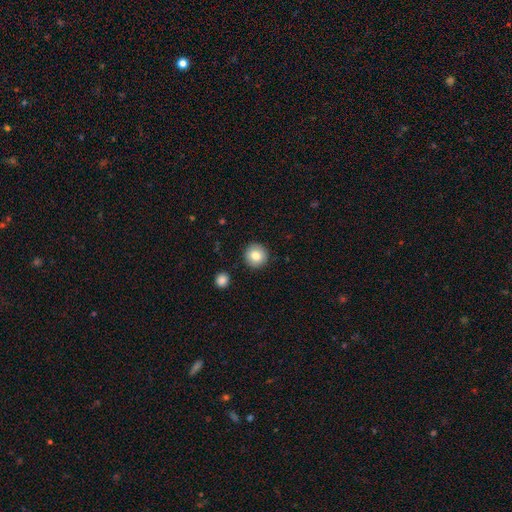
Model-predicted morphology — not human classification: Smooth or featured? Predicted: smooth (p=0.82). How rounded? Predicted: round (p=0.94). Merging? Predicted: none (p=0.90).